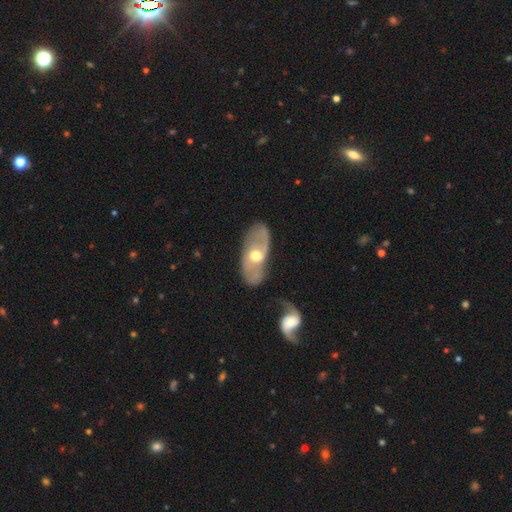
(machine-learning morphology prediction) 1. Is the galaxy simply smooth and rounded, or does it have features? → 67% featured or disk, 27% smooth, 5% star or artifact.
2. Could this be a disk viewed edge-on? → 87% no, 13% yes.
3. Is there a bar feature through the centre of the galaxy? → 64% no, 28% weak, 8% strong.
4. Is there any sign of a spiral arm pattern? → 63% yes, 37% no.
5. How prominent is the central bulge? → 75% moderate, 14% small, 9% large, 1% dominant, 1% none.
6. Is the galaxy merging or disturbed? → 68% none, 19% minor disturbance, 9% major disturbance, 4% merger.